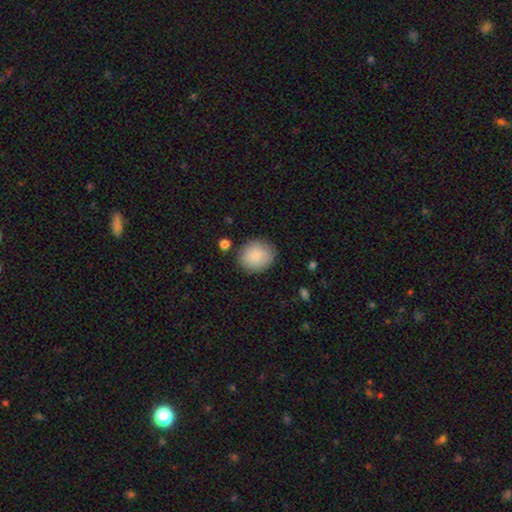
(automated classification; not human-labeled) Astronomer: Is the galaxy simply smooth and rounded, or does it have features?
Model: smooth — 85%.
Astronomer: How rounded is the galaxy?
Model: round — 71%.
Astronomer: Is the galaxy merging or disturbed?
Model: none — 83%.